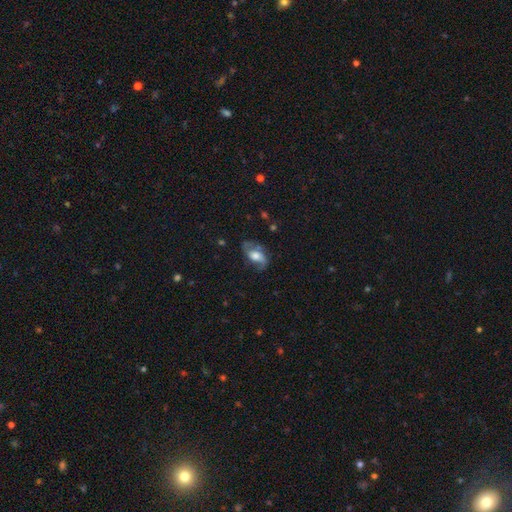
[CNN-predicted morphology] type=featured or disk (57%); edge-on=no (92%); bar=no (52%); spiral arms=yes (81%); bulge=large (41%); merging=none (60%).